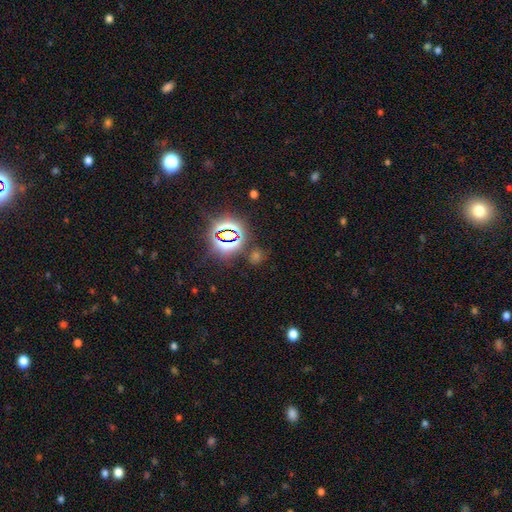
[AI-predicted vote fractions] smooth-or-featured: star or artifact: 68% | smooth: 25% | featured or disk: 8%